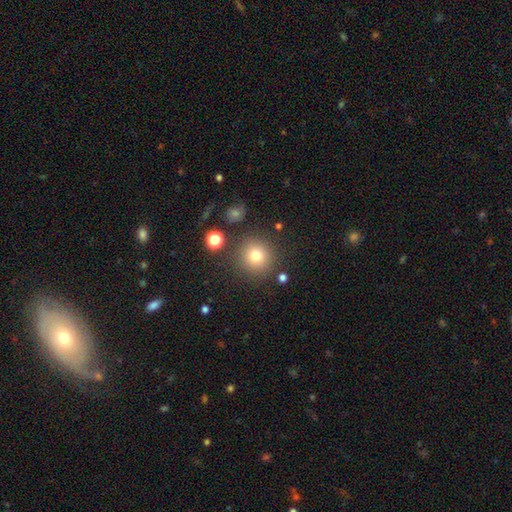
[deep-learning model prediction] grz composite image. It shows a smooth galaxy with no disk features (76%) that is round (93%). Merging: none (84%).